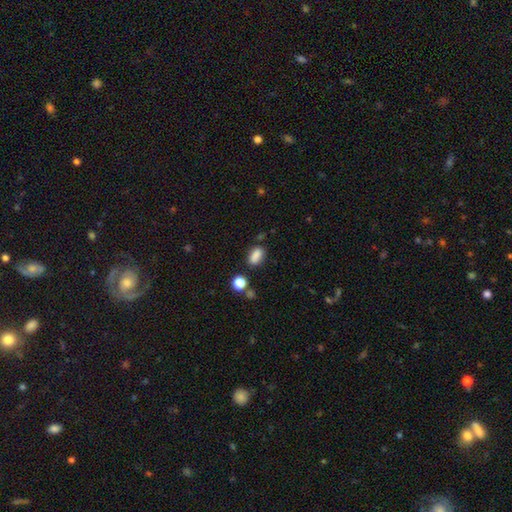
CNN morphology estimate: This appears to be a smooth galaxy with no disk features (84%) that is in between round and cigar-shaped (80%). Merging: none (77%).